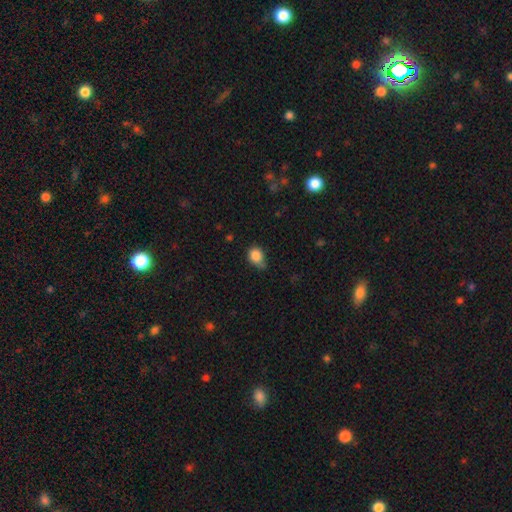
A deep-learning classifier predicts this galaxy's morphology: Overall: smooth (85%). How rounded: round (59%; in between 40%). Merging: none (47%; minor disturbance 40%).